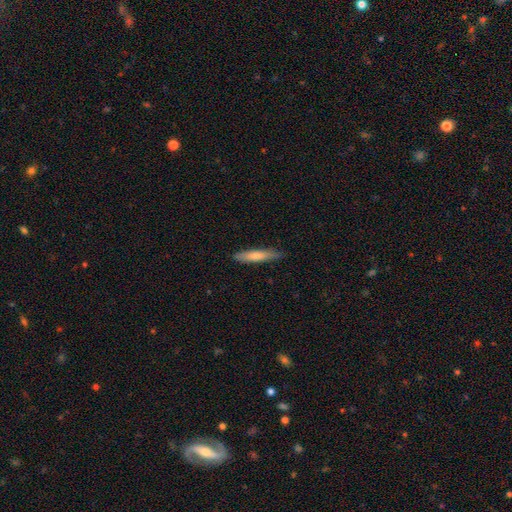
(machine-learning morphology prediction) This appears to be a smooth galaxy with no disk features (71%) that is cigar-shaped (87%). Merging: none (84%).